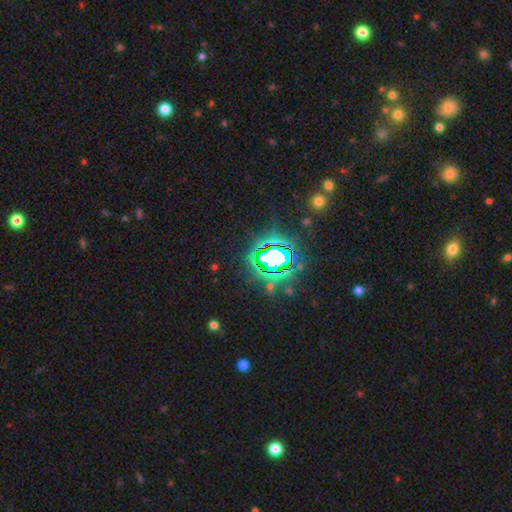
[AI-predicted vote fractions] The model was most divided on "smooth or featured": star or artifact: 82%, smooth: 10%, featured or disk: 7%.